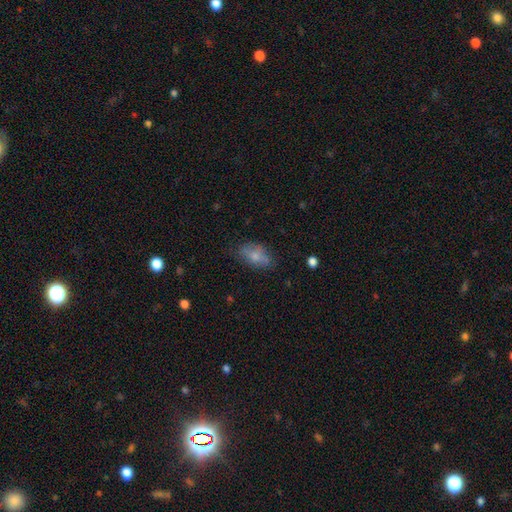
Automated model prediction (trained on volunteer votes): Smooth or featured: smooth — 68% (featured or disk — 24%)
How rounded: in between — 88% (round — 7%)
Merging: none — 66% (minor disturbance — 24%)